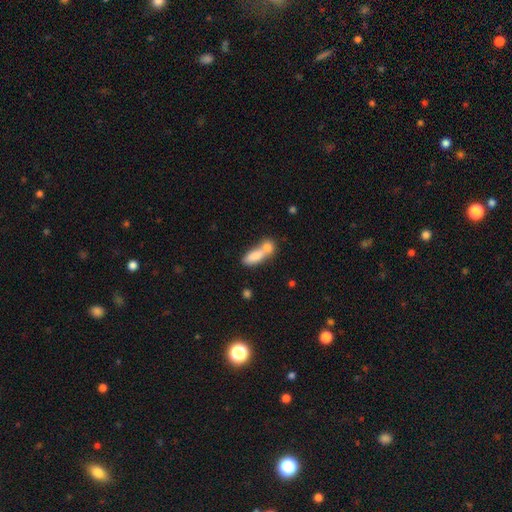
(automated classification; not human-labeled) Smooth or featured: smooth — 79% (featured or disk — 13%)
How rounded: in between — 72% (cigar-shaped — 20%)
Merging: merger — 64% (none — 24%)